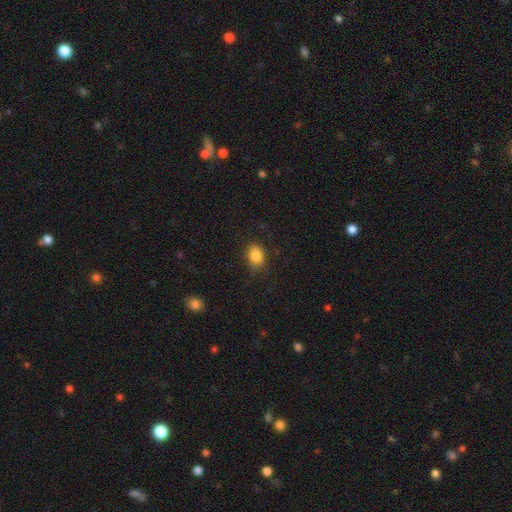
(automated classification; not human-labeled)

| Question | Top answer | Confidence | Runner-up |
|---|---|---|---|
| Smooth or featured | smooth | 85% | star or artifact (9%) |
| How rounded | in between | 68% | round (31%) |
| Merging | none | 74% | minor disturbance (20%) |